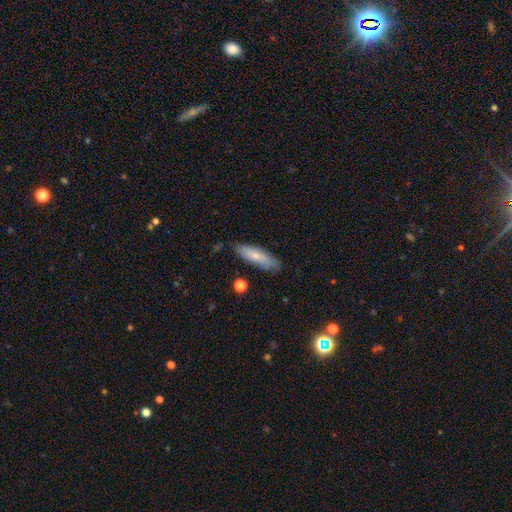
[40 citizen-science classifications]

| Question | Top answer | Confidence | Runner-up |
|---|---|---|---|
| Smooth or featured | smooth | 68% | featured or disk (25%) |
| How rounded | in between | 48% | tied: cigar-shaped (48%) |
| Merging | none | 76% | minor disturbance (16%) |